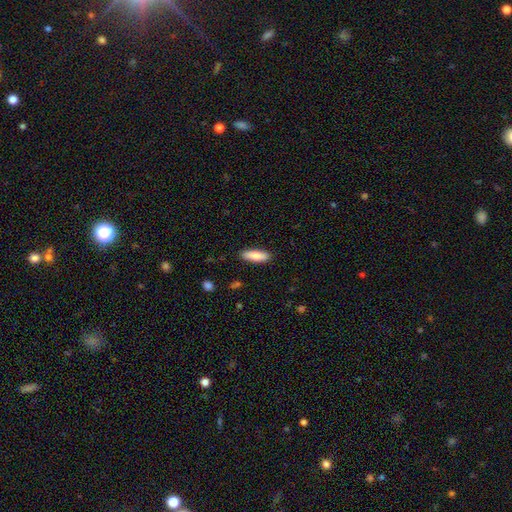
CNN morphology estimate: Smooth or featured? smooth (80%)
How rounded? in between (57%)
Merging? none (89%)